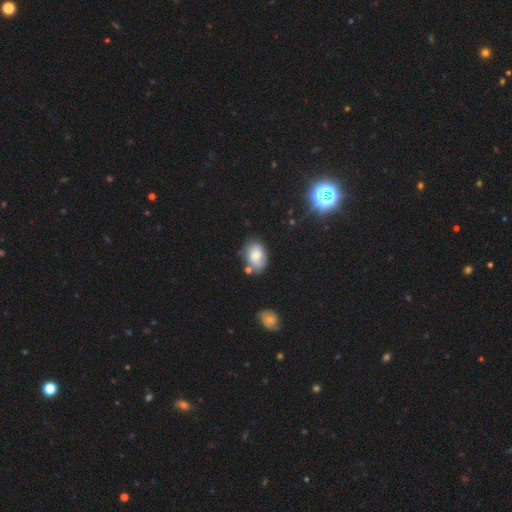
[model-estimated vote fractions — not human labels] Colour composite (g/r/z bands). It shows a smooth galaxy with no disk features (70%) that is in between round and cigar-shaped (83%). Merging: none (61%).